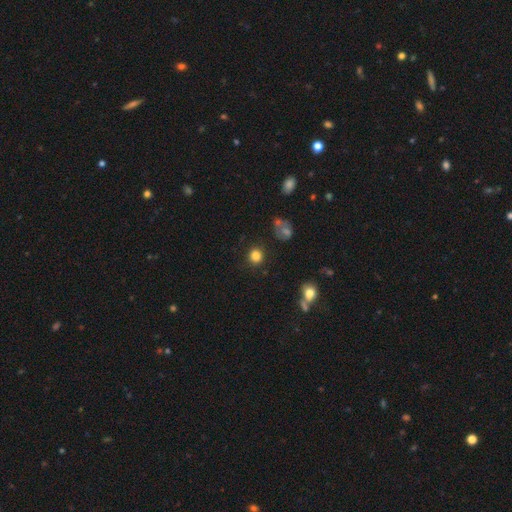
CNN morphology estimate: A smooth galaxy with no disk features (83%) that is round (89%).

Vote fractions:
- Smooth or featured? smooth: 83% / star or artifact: 12% / featured or disk: 5%
- How rounded? round: 89% / in between: 10% / cigar-shaped: 1%
- Merging? none: 85% / minor disturbance: 8% / major disturbance: 3% / merger: 3%